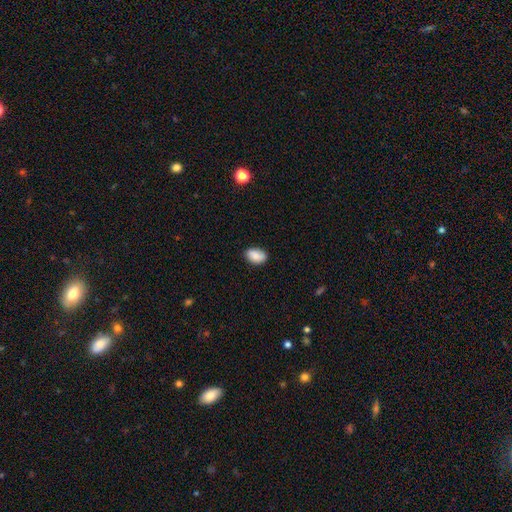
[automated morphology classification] This appears to be a smooth galaxy with no disk features (85%) that is in between round and cigar-shaped (87%). Merging: none (83%).